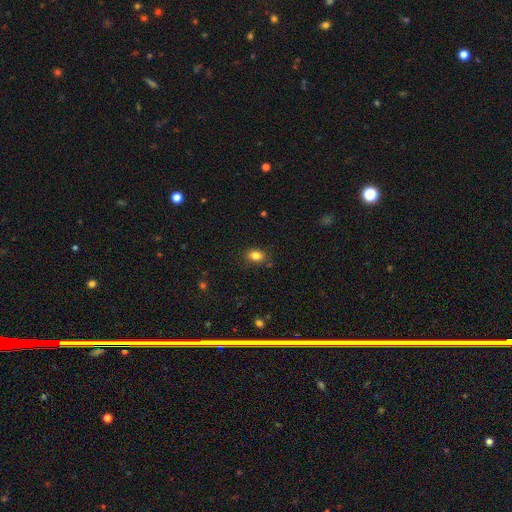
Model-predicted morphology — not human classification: This appears to be a smooth galaxy with no disk features (83%) that is in between round and cigar-shaped (68%). Merging: none (81%).